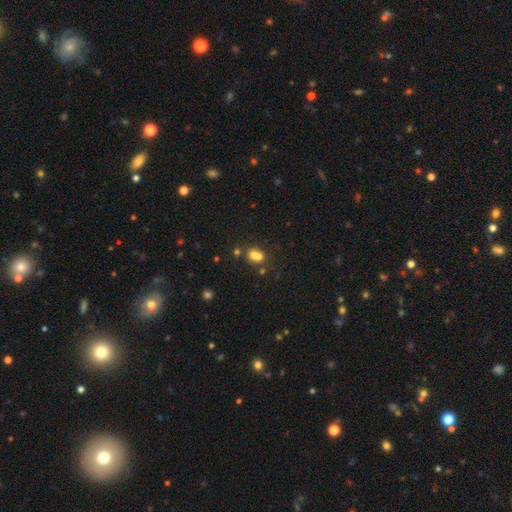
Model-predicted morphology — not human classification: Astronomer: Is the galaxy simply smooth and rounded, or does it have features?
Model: smooth — 69%.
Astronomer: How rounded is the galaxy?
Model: round — 54% (runner-up: in between, 44%).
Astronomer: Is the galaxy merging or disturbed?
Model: merger — 52% (runner-up: none, 35%).